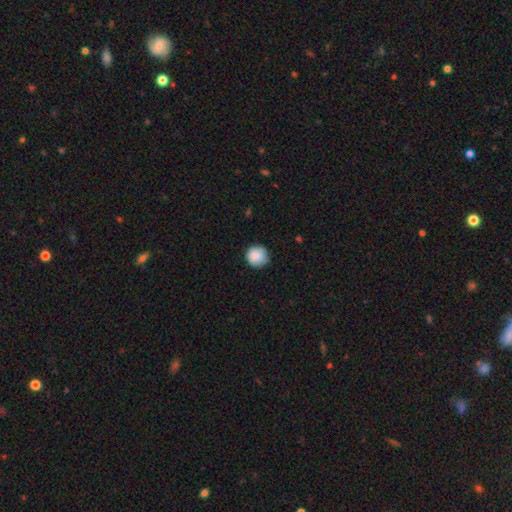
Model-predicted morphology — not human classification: A smooth galaxy with no disk features (88%) that is round (94%). Merging: none (83%).